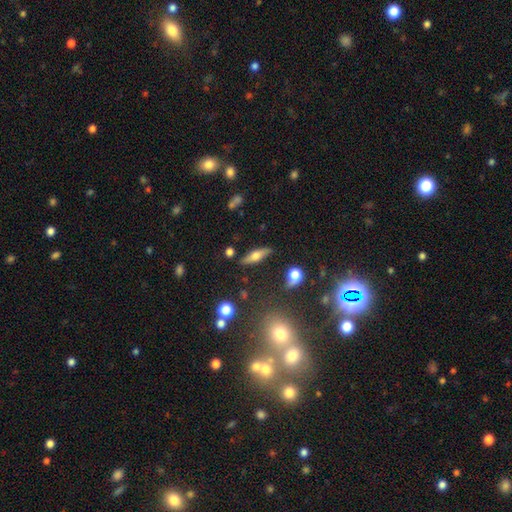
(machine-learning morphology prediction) Q: Smooth or featured?
A: featured or disk (50%); runner-up: smooth (42%)
Q: Edge-on disk?
A: yes (90%); runner-up: no (10%)
Q: Merging?
A: none (83%); runner-up: minor disturbance (11%)